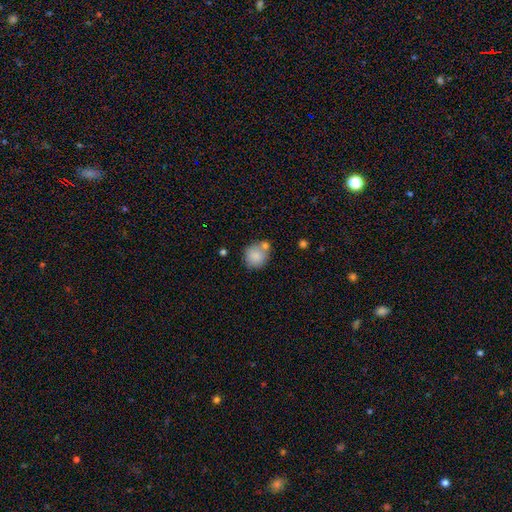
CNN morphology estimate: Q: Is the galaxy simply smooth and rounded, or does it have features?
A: smooth — 83%.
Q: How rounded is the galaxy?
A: round — 81%.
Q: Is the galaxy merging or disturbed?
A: none — 56%.